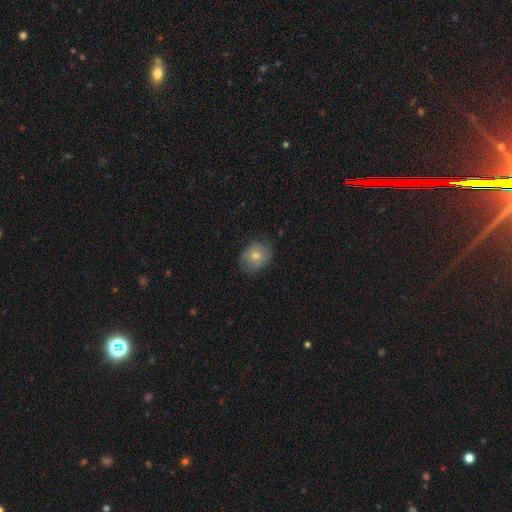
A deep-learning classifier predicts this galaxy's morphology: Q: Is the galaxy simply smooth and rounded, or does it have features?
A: smooth — 71%.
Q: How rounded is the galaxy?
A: round — 56%.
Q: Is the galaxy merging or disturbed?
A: none — 68%.